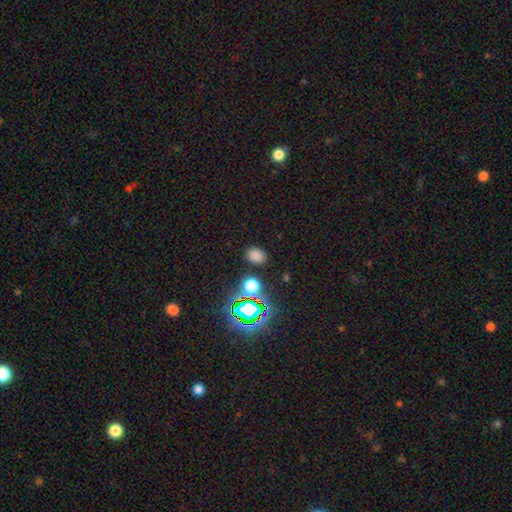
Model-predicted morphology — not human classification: This is likely a smooth galaxy (74%). How rounded: possibly in between (58%). Merging: clearly none (84%).